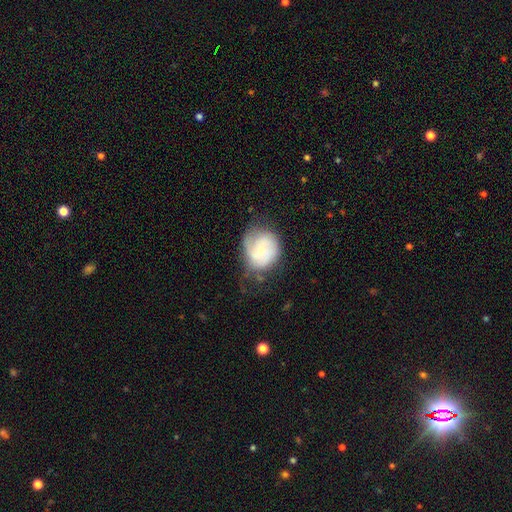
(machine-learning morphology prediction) This appears to be a featured or disk galaxy (57%) with no bar (72%), spiral arms (77%) and a moderate central bulge (50%). Merging: none (51%).